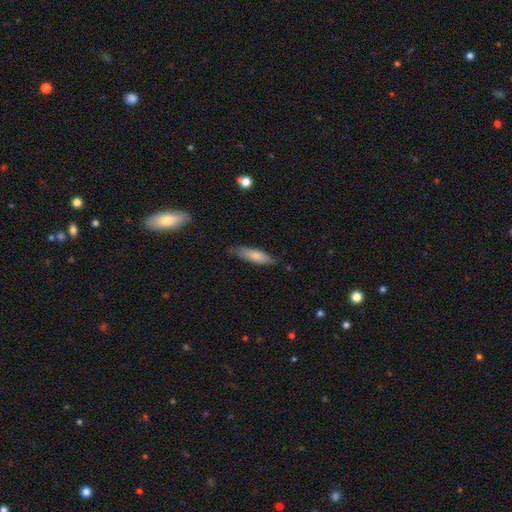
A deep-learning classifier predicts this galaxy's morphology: Smooth or featured?
  - smooth: 76% *
  - featured or disk: 18%
  - star or artifact: 5%
How rounded?
  - cigar-shaped: 63% *
  - in between: 35%
  - round: 2%
Merging?
  - none: 74% *
  - minor disturbance: 21%
  - major disturbance: 3%
  - merger: 2%